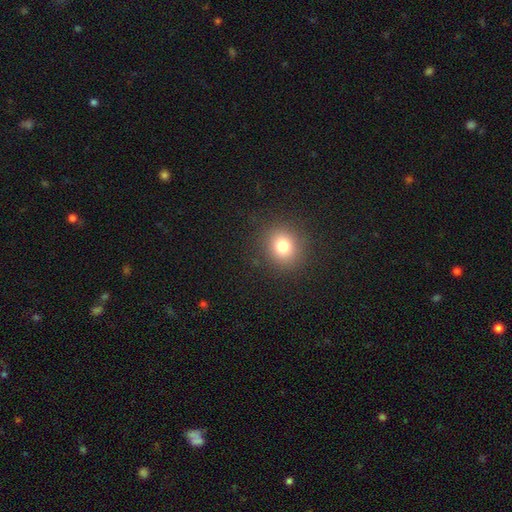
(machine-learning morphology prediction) This is likely a smooth galaxy (72%). How rounded: clearly round (92%). Merging: clearly none (93%).